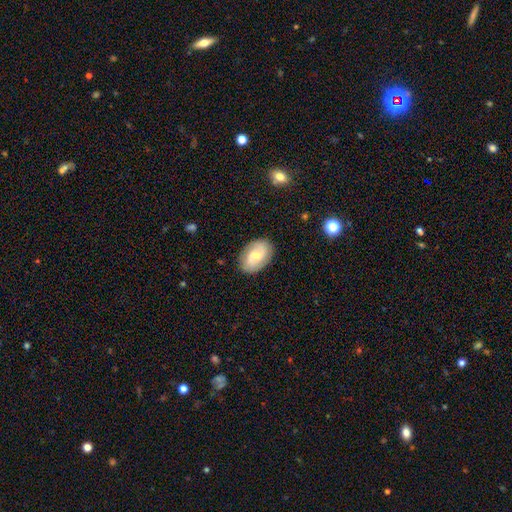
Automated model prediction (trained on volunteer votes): This is possibly a featured or disk galaxy (55%). It is clearly not viewed edge-on (95%). Bar: possibly no (52%). Spiral arm pattern: likely yes (79%). Central bulge: possibly moderate (57%). Merging: clearly none (85%).